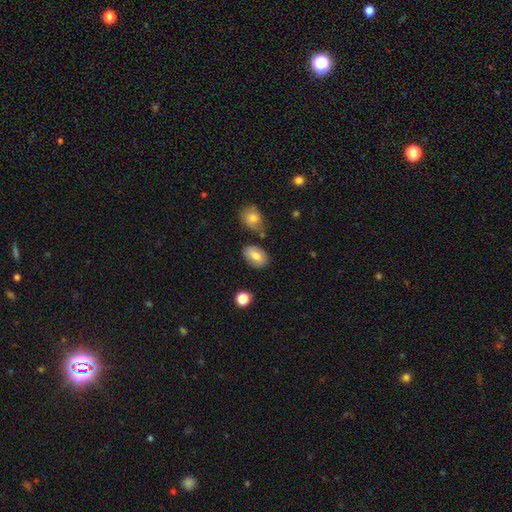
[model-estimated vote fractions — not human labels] Overall: smooth (78%). How rounded: in between (86%). Merging: none (76%).